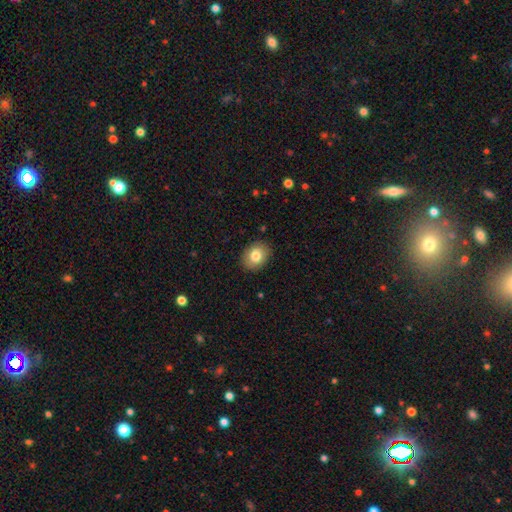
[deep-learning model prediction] smooth_or_featured: smooth (p=0.80) [alt: featured or disk p=0.11]
how_rounded: in between (p=0.63) [alt: round p=0.36]
merging: none (p=0.89) [alt: minor disturbance p=0.08]